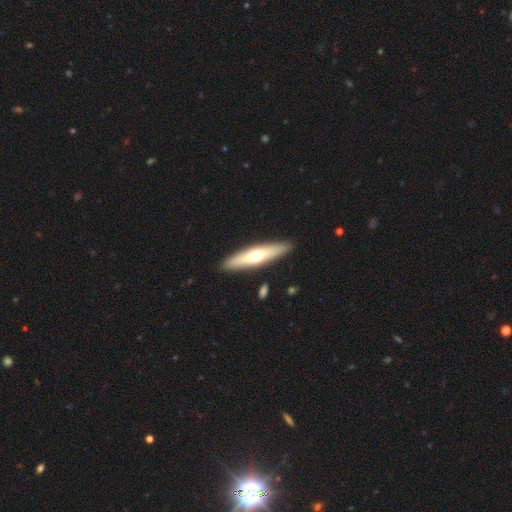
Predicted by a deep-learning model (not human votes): smooth-or-featured: smooth: 50% | featured or disk: 45% | star or artifact: 5%
  merging: none: 90% | minor disturbance: 7% | major disturbance: 2% | merger: 2%